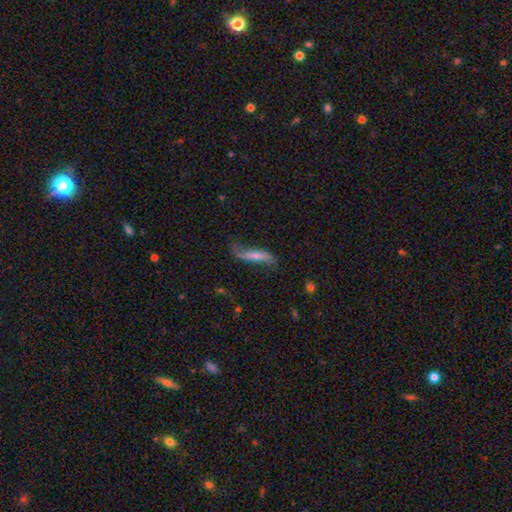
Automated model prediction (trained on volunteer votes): Morphology: type=featured or disk (66%); edge-on=no (70%); merging=none (58%).